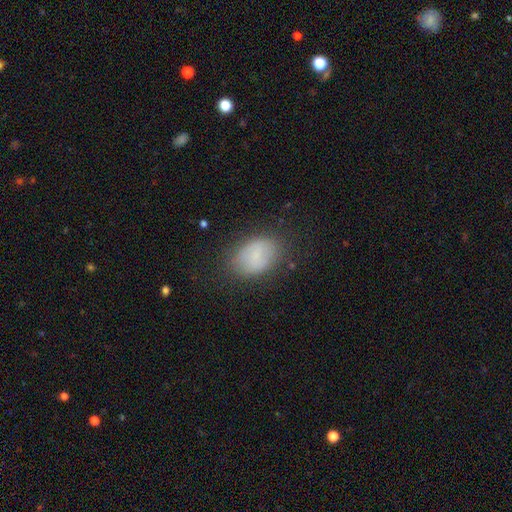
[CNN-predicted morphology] The model was most divided on "merging": none: 74%, minor disturbance: 18%, major disturbance: 6%, merger: 2%. More confident: how rounded — in between (78%); smooth or featured — smooth (75%).